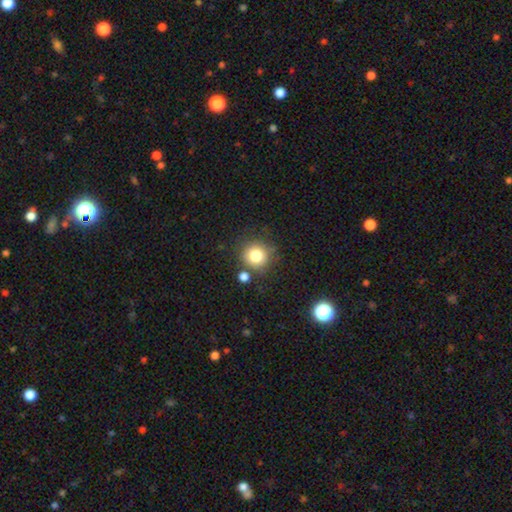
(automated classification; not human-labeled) This appears to be a smooth galaxy with no disk features (80%) that is round (92%). Merging: none (77%).